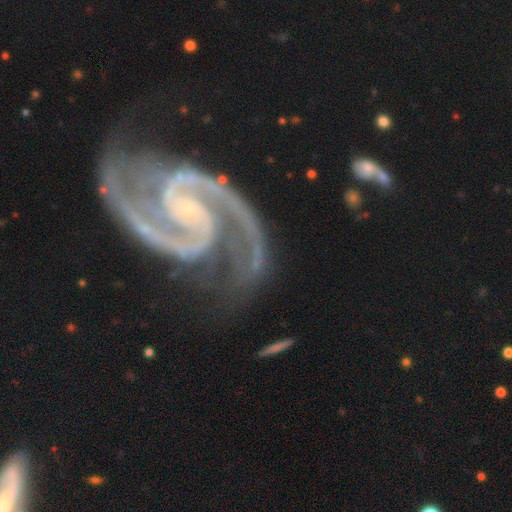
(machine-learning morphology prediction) Smooth or featured? Predicted: featured or disk (p=0.94). Edge-on disk? Predicted: no (p=0.98). Bar? Predicted: no (p=0.49). Spiral arms? Predicted: yes (p=0.99). Spiral winding? Predicted: medium (p=0.59). Spiral arm count? Predicted: 2 (p=0.93). Bulge size? Predicted: small (p=0.82). Merging? Predicted: none (p=0.62).